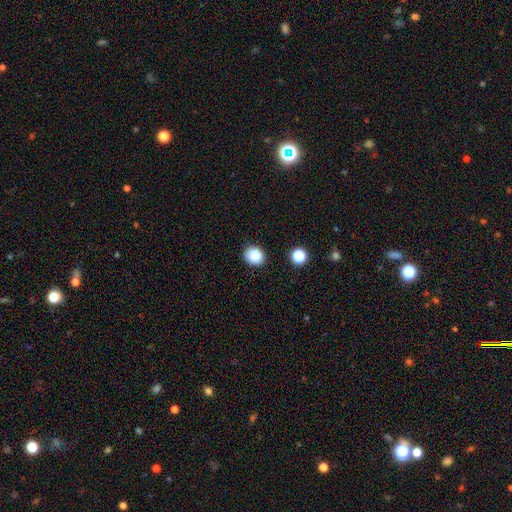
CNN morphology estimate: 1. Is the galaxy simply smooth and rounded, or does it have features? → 86% smooth, 10% star or artifact, 4% featured or disk.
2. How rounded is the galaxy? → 71% round, 28% in between, 1% cigar-shaped.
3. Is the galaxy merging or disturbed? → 88% none, 8% minor disturbance, 2% major disturbance, 2% merger.